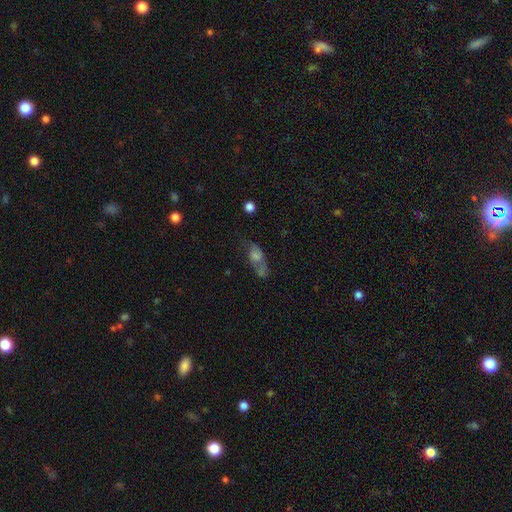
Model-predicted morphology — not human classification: smooth 44%, featured or disk 40%, star or artifact 16%. Down the decision tree: merging — none (40%).